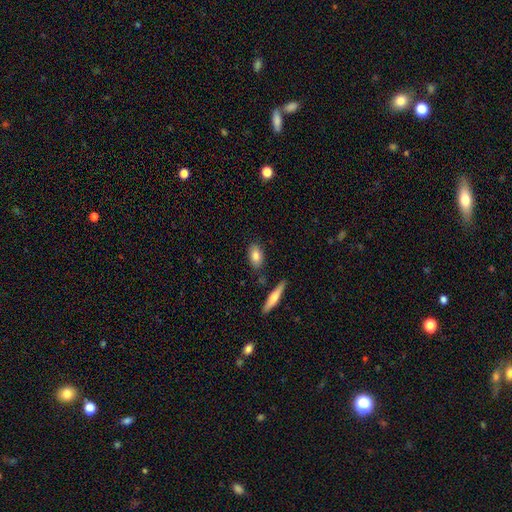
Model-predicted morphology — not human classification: This appears to be a smooth galaxy with no disk features (80%) that is in between round and cigar-shaped (86%). Merging: none (81%).